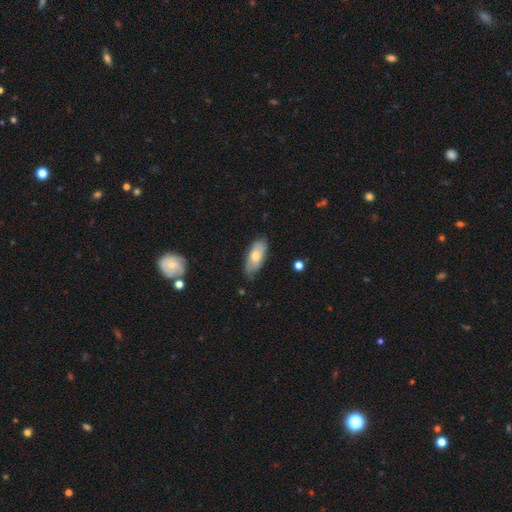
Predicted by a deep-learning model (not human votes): Overall: smooth (63%; featured or disk 30%). How rounded: in between (85%). Merging: none (68%).